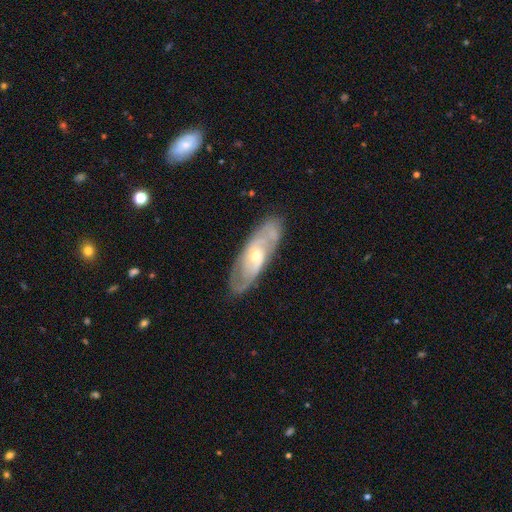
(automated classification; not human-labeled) Smooth or featured: featured or disk — 76% (smooth — 18%)
Edge-on disk: no — 84% (yes — 16%)
Bar: no — 61% (weak — 30%)
Spiral arms: yes — 81% (no — 19%)
Spiral winding: tight — 49% (medium — 38%)
Spiral arm count: 2 — 52% (can't tell — 34%)
Bulge size: small — 55% (moderate — 42%)
Merging: none — 79% (minor disturbance — 15%)